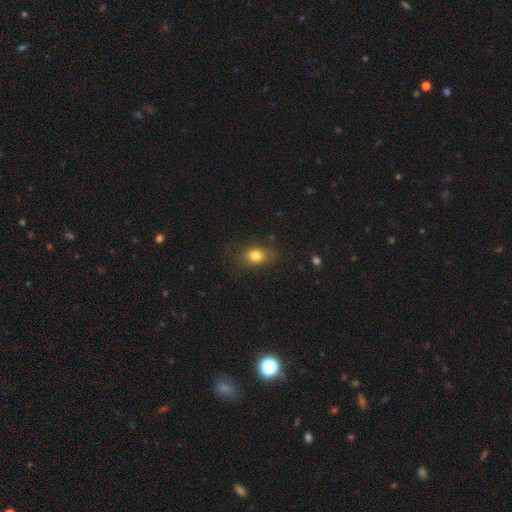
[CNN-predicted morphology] smooth-or-featured: smooth: 80% | star or artifact: 11% | featured or disk: 8%
  how-rounded: in between: 59% | round: 39% | cigar-shaped: 2%
  merging: none: 77% | minor disturbance: 16% | major disturbance: 6% | merger: 1%